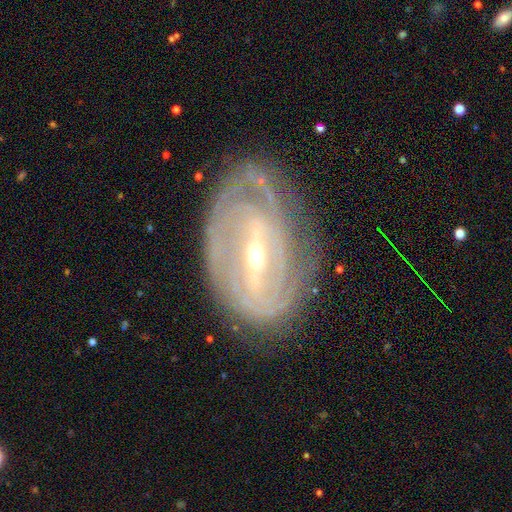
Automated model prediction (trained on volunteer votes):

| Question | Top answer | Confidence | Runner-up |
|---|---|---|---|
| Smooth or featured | featured or disk | 84% | smooth (8%) |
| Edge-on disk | no | 92% | yes (8%) |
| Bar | strong | 59% | weak (31%) |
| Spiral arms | yes | 90% | no (10%) |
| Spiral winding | tight | 72% | medium (22%) |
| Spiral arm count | can't tell | 42% | 2 (25%) |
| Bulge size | small | 50% | moderate (46%) |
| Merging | none | 74% | minor disturbance (17%) |